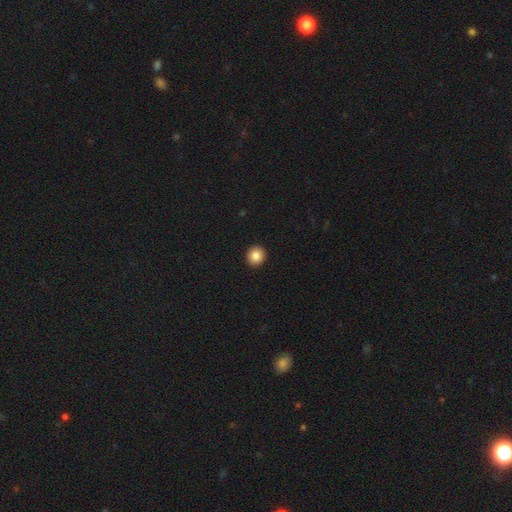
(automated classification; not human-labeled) A smooth galaxy with no disk features (86%) that is round (87%). Merging: none (93%).